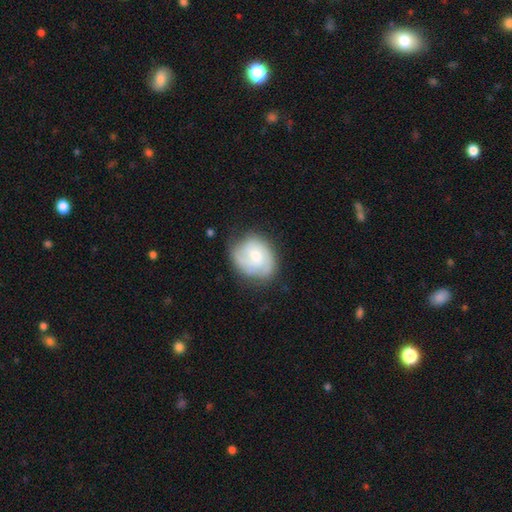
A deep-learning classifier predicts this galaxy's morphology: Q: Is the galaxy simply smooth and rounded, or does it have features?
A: featured or disk — 54%.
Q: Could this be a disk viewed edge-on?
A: no — 97%.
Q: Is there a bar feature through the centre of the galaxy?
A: no — 64%.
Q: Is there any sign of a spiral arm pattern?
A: yes — 81%.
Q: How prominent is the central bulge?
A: moderate — 53%.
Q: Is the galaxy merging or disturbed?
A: none — 62%.